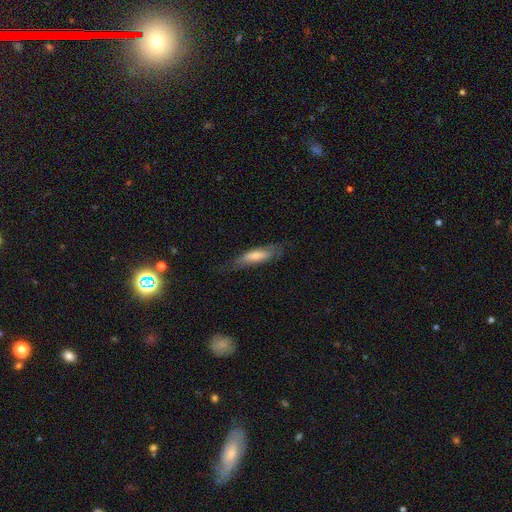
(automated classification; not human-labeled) The model was most divided on "how rounded": cigar-shaped: 58%, in between: 41%, round: 2%. More confident: smooth or featured — smooth (66%); merging — none (65%).